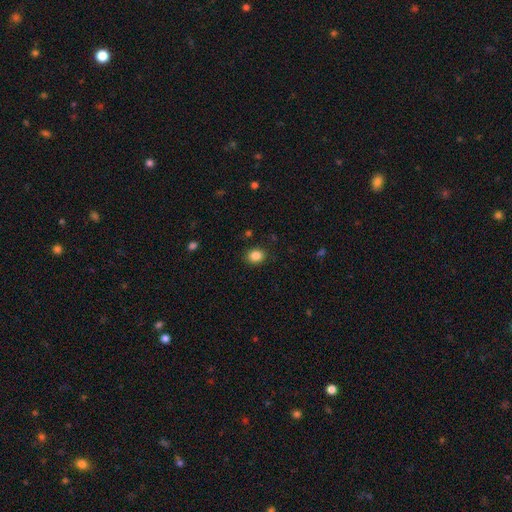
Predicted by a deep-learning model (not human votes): smooth_or_featured: smooth (p=0.86) [alt: star or artifact p=0.10]
how_rounded: round (p=0.58) [alt: in between p=0.41]
merging: none (p=0.89) [alt: minor disturbance p=0.08]